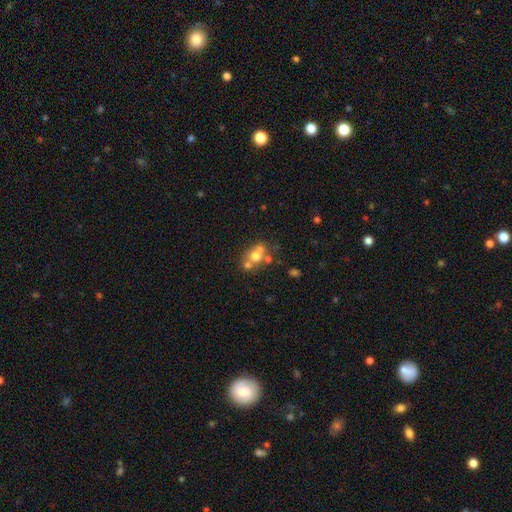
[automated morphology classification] smooth 57%, featured or disk 29%, star or artifact 15%. Down the decision tree: how rounded — round (64%); merging — merger (42%, tied with none).